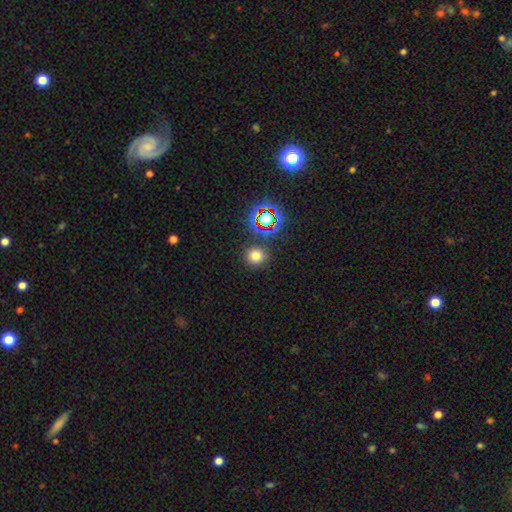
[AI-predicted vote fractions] This appears to be a smooth galaxy with no disk features (71%) that is round (89%). Merging: none (86%).